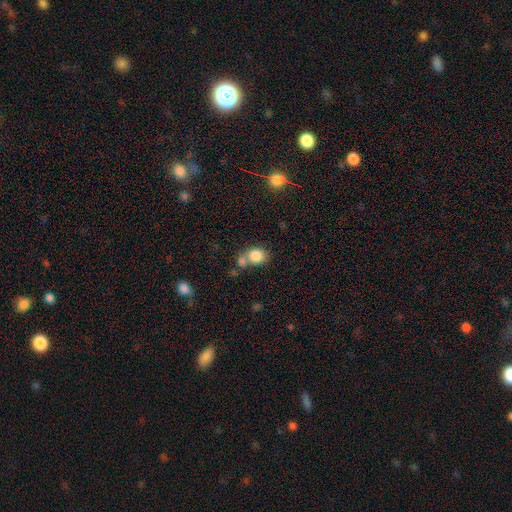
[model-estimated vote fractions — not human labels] This is clearly a smooth galaxy (83%). How rounded: likely round (63%). Merging: marginally none (44%).